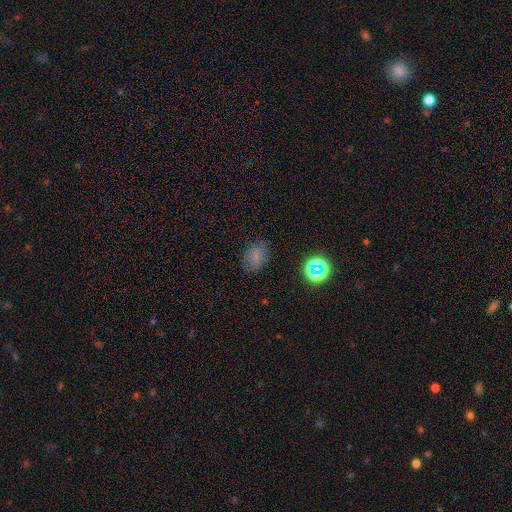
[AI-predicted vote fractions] Overall: smooth (72%). How rounded: in between (72%). Merging: none (79%).